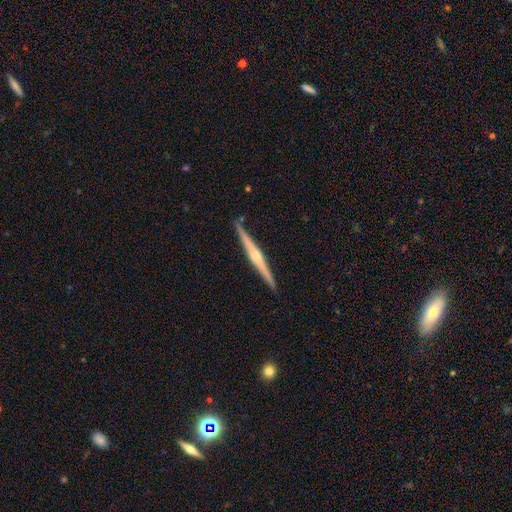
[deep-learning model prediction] A featured or disk galaxy (79%) viewed edge-on (99%) with a rounded central bulge (76%).

Vote fractions:
- Smooth or featured? featured or disk: 79% / smooth: 16% / star or artifact: 5%
- Edge-on disk? yes: 99% / no: 1%
- Edge-on bulge? rounded: 76% / none: 13% / boxy: 11%
- Merging? none: 90% / minor disturbance: 7% / merger: 1% / major disturbance: 1%